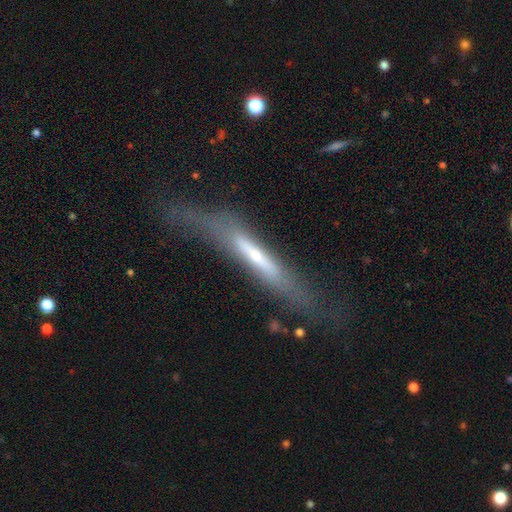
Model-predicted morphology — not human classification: Smooth or featured: featured or disk — 64% (smooth — 28%)
Edge-on disk: yes — 80% (no — 20%)
Edge-on bulge: none — 45% (rounded — 38%)
Merging: none — 55% (minor disturbance — 25%)